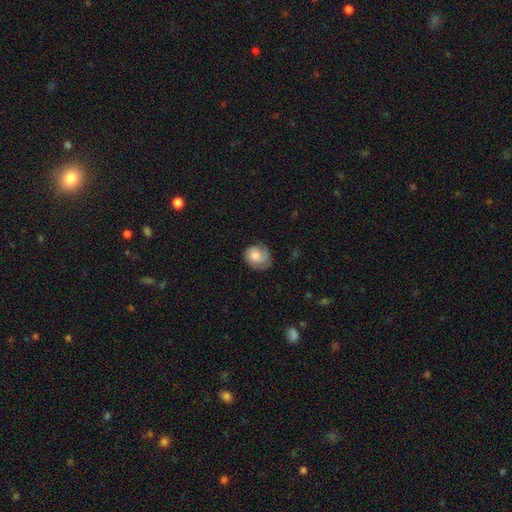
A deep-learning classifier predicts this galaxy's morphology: A smooth galaxy with no disk features (65%) that is round (69%).

Vote fractions:
- Smooth or featured? smooth: 65% / featured or disk: 27% / star or artifact: 7%
- How rounded? round: 69% / in between: 30% / cigar-shaped: 1%
- Merging? none: 68% / minor disturbance: 24% / major disturbance: 7% / merger: 1%